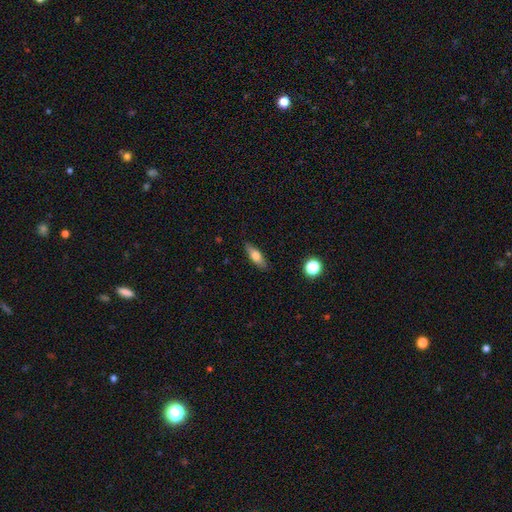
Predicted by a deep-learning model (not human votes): Overall: smooth (70%). How rounded: in between (61%; cigar-shaped 35%). Merging: none (86%).